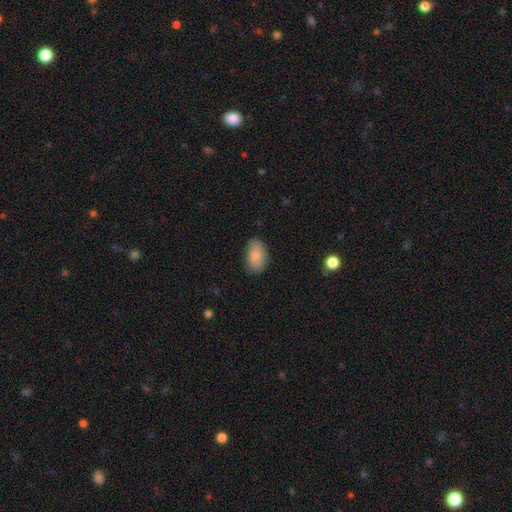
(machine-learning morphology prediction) Smooth or featured? smooth (84%)
How rounded? in between (91%)
Merging? none (81%)